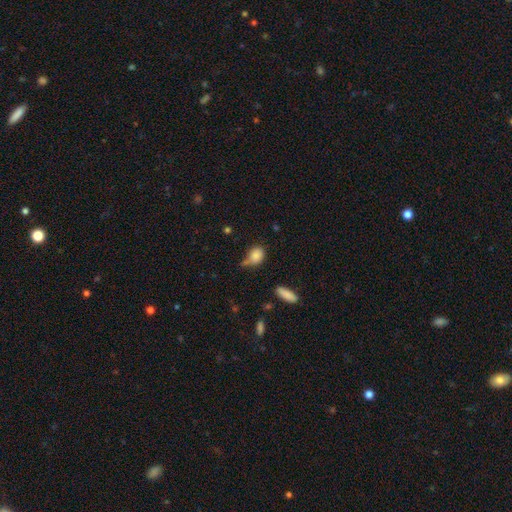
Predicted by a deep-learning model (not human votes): Morphology: type=smooth (83%); roundness=in between (56%); merging=none (49%).